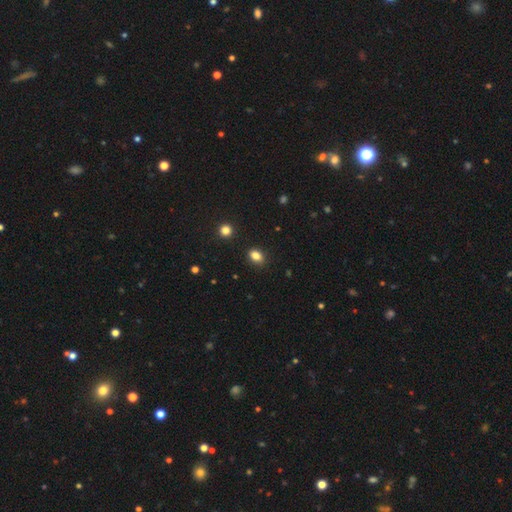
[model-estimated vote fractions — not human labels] Smooth or featured: smooth — 84% (star or artifact — 12%)
How rounded: in between — 73% (round — 25%)
Merging: none — 87% (minor disturbance — 9%)